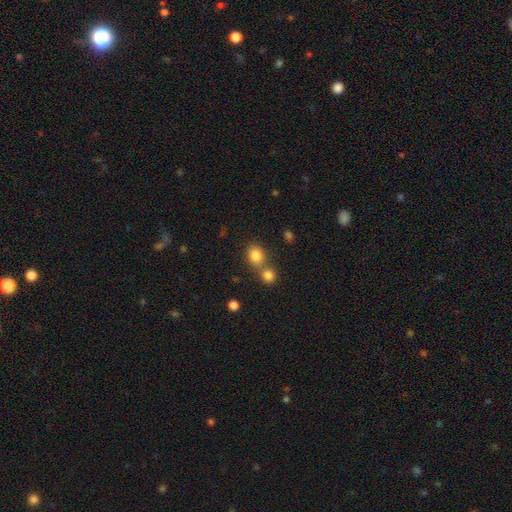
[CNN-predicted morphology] smooth-or-featured: smooth: 82% | star or artifact: 11% | featured or disk: 6%
  how-rounded: round: 62% | in between: 37% | cigar-shaped: 1%
  merging: none: 50% | merger: 39% | minor disturbance: 8% | major disturbance: 3%